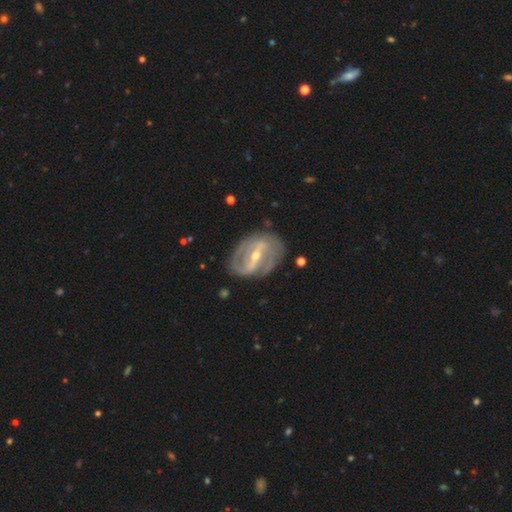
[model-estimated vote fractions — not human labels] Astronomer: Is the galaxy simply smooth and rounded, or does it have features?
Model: featured or disk — 85%.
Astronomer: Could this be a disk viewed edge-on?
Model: no — 93%.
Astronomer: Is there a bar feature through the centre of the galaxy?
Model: strong — 71%.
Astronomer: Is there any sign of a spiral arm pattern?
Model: yes — 79%.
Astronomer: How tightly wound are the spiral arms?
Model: medium — 40% (runner-up: tight, 37%).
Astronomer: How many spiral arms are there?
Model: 2 — 75%.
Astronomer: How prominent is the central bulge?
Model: small — 54% (runner-up: moderate, 43%).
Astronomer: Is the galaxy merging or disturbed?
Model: none — 75%.